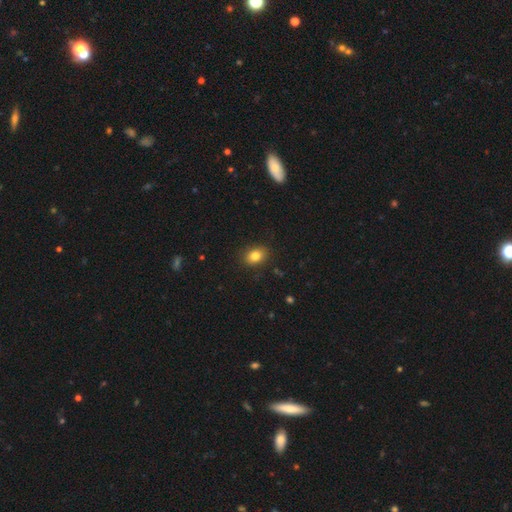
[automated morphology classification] A smooth galaxy with no disk features (83%) that is in between round and cigar-shaped (67%). Merging: none (88%).